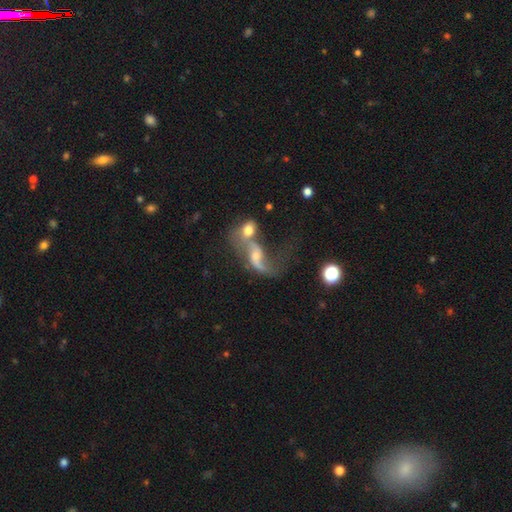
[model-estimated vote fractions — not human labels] featured or disk 60%, smooth 26%, star or artifact 14%. Down the decision tree: edge-on disk — no (91%); bar — no (57%); spiral arms — yes (62%); bulge size — moderate (44%); merging — merger (64%).